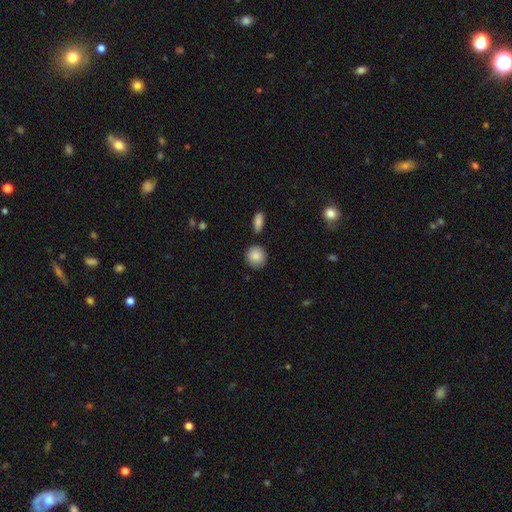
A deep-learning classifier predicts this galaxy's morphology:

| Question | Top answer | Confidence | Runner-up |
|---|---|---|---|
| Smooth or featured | smooth | 88% | star or artifact (7%) |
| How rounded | round | 88% | in between (11%) |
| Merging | none | 86% | minor disturbance (9%) |